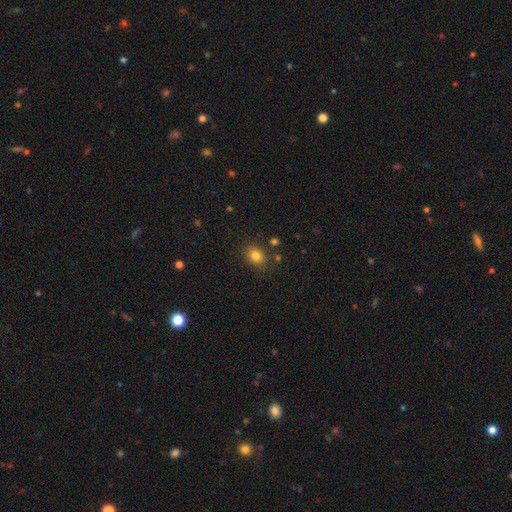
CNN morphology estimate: Smooth or featured?
  - smooth: 82% *
  - star or artifact: 11%
  - featured or disk: 7%
How rounded?
  - in between: 56% *
  - round: 43%
  - cigar-shaped: 1%
Merging?
  - none: 83% *
  - minor disturbance: 11%
  - merger: 3%
  - major disturbance: 3%